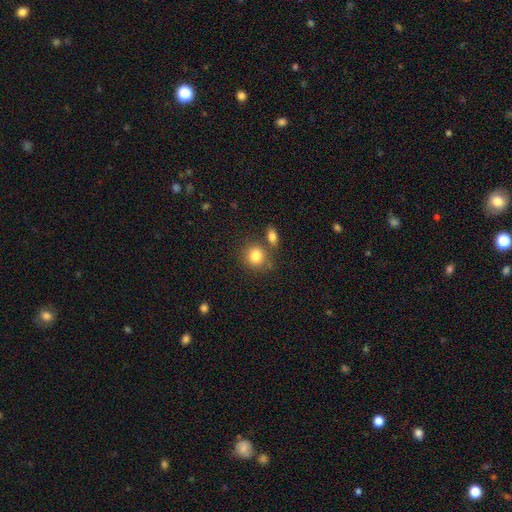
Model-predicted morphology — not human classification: This appears to be a smooth galaxy with no disk features (83%) that is round (77%). Merging: none (67%).